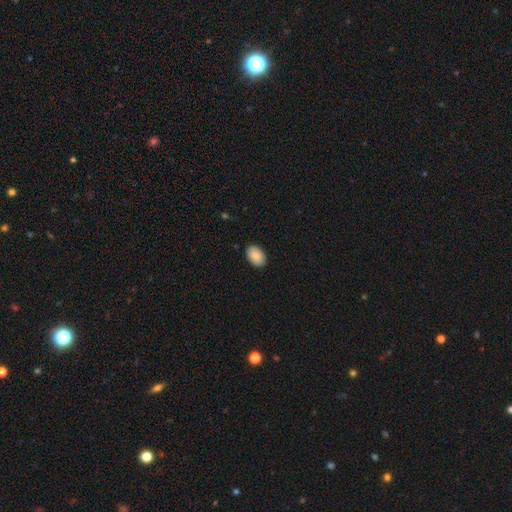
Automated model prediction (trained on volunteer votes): smooth-or-featured: smooth: 88% | star or artifact: 6% | featured or disk: 6%
  how-rounded: in between: 91% | round: 8% | cigar-shaped: 1%
  merging: none: 89% | minor disturbance: 8% | major disturbance: 2% | merger: 1%